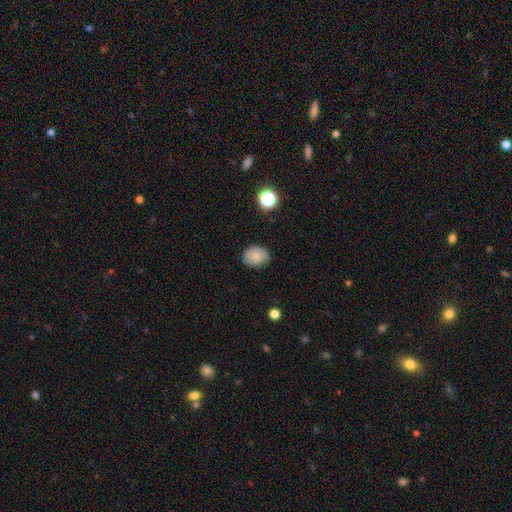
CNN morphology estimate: smooth_or_featured: smooth (p=0.78) [alt: featured or disk p=0.12]
how_rounded: in between (p=0.50) [alt: round p=0.49]
merging: none (p=0.74) [alt: minor disturbance p=0.21]